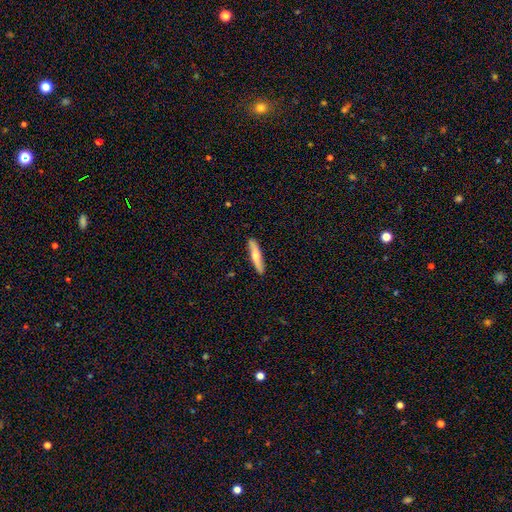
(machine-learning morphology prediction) Overall: smooth (57%; featured or disk 38%). How rounded: cigar-shaped (88%). Merging: none (89%).